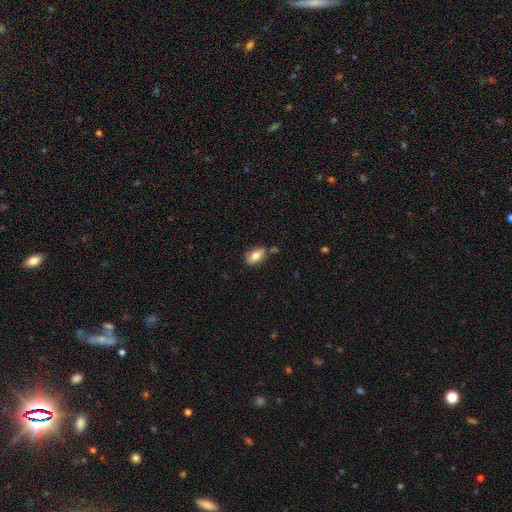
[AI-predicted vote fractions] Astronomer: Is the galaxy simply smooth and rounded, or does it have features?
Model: smooth — 77%.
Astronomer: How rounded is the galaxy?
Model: in between — 89%.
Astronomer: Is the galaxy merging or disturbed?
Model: none — 66%.